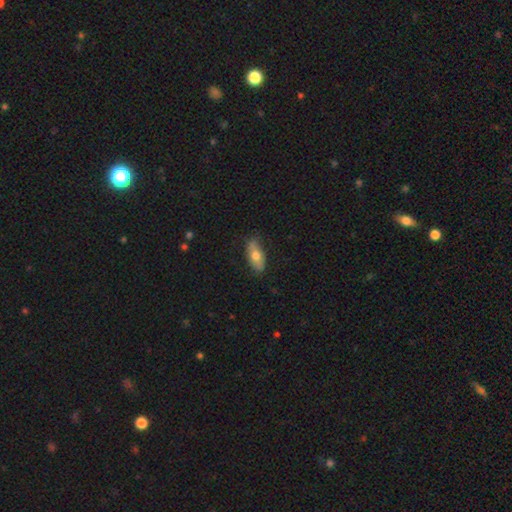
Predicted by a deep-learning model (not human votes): The model was most divided on "smooth or featured": smooth: 65%, featured or disk: 29%, star or artifact: 6%. More confident: how rounded — in between (83%); merging — none (80%).